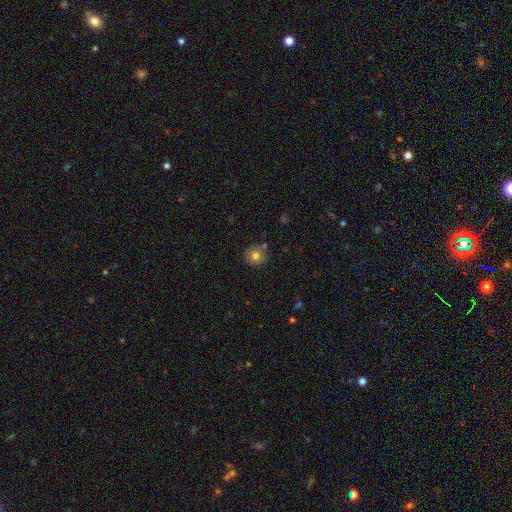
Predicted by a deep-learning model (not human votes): This appears to be a smooth galaxy with no disk features (79%) that is round (92%). Merging: none (78%).